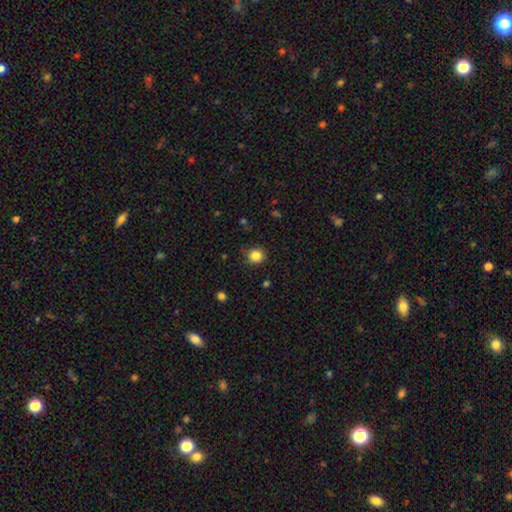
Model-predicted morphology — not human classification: This appears to be a smooth galaxy with no disk features (84%) that is round (88%). Merging: none (86%).